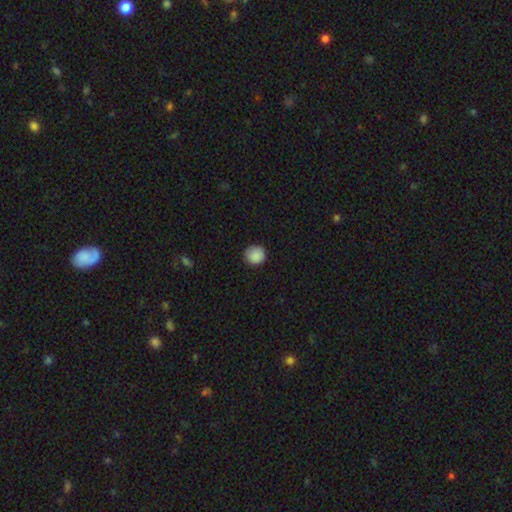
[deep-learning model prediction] Morphology: type=smooth (89%); roundness=round (89%); merging=none (84%).